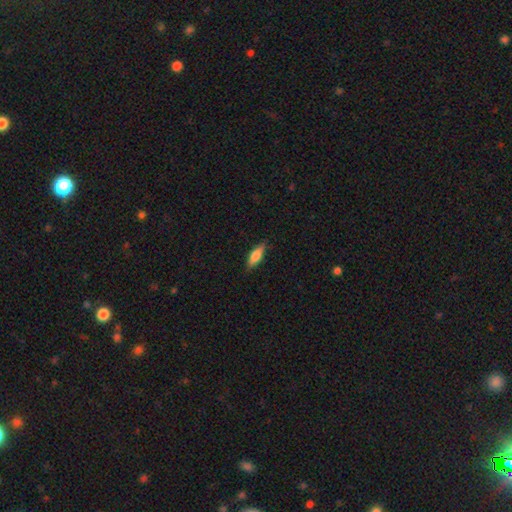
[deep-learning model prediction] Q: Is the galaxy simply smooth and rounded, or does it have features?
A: smooth — 68%.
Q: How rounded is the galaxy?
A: in between — 57%.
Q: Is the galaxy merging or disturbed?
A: none — 85%.